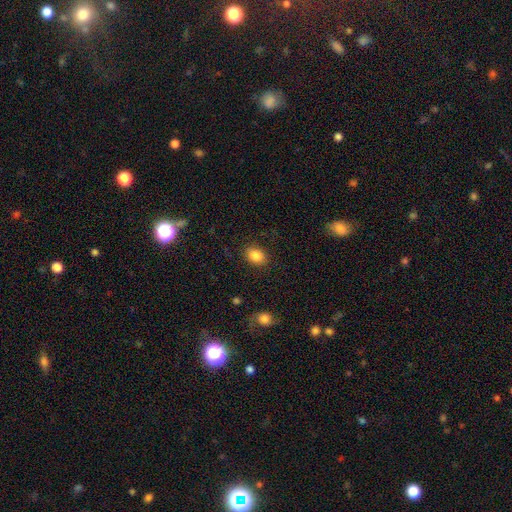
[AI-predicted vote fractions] Smooth or featured? Predicted: smooth (p=0.85). How rounded? Predicted: in between (p=0.64). Merging? Predicted: none (p=0.87).